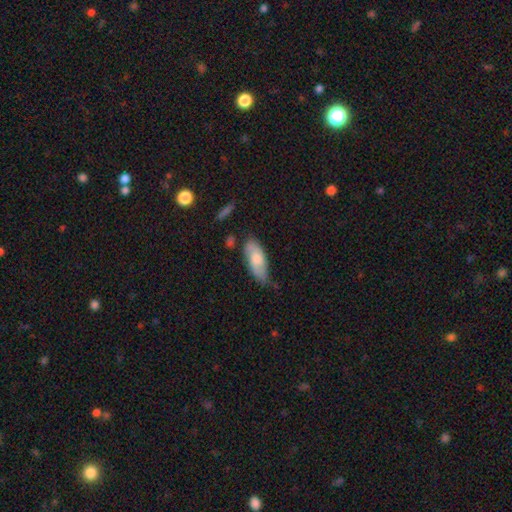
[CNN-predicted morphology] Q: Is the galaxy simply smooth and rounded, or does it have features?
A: smooth — 66%.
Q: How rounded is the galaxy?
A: in between — 77%.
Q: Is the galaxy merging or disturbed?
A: none — 57%.